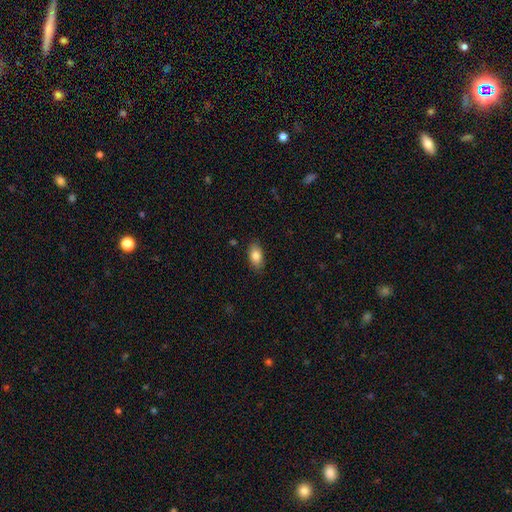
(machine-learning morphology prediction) A smooth galaxy with no disk features (84%) that is in between round and cigar-shaped (92%).

Vote fractions:
- Smooth or featured? smooth: 84% / featured or disk: 9% / star or artifact: 7%
- How rounded? in between: 92% / round: 5% / cigar-shaped: 3%
- Merging? none: 86% / minor disturbance: 10% / major disturbance: 2% / merger: 1%